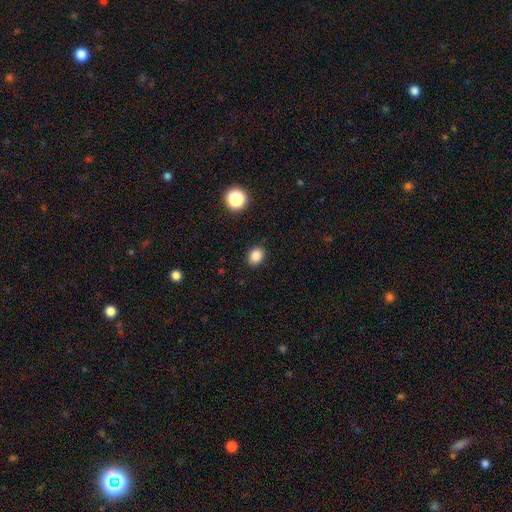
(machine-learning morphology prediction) Smooth or featured? smooth (85%)
How rounded? round (53%)
Merging? none (90%)